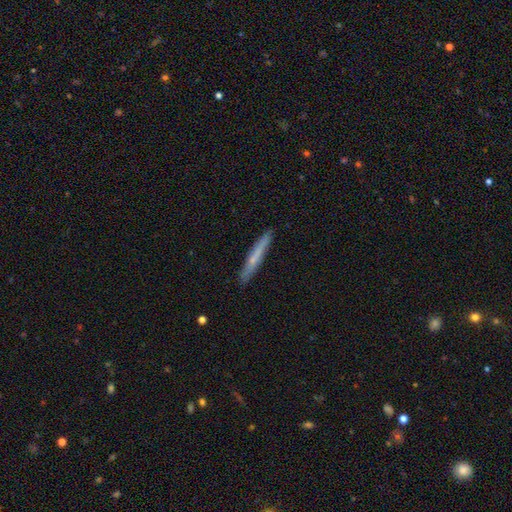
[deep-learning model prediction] Smooth or featured? smooth (55%)
How rounded? cigar-shaped (96%)
Merging? none (91%)